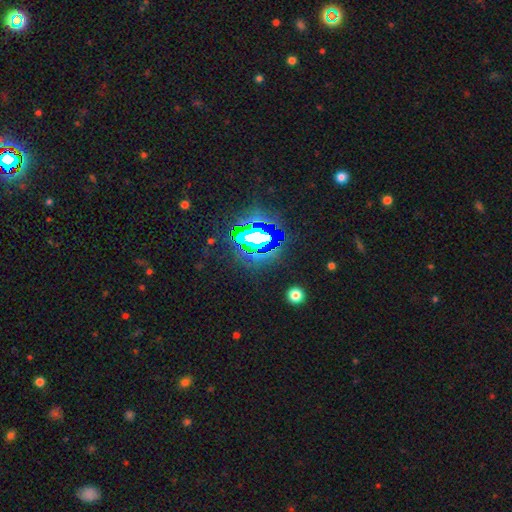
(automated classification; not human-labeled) A star or artifact, not a galaxy (83%).

Vote fractions:
- Smooth or featured? star or artifact: 83% / smooth: 10% / featured or disk: 7%